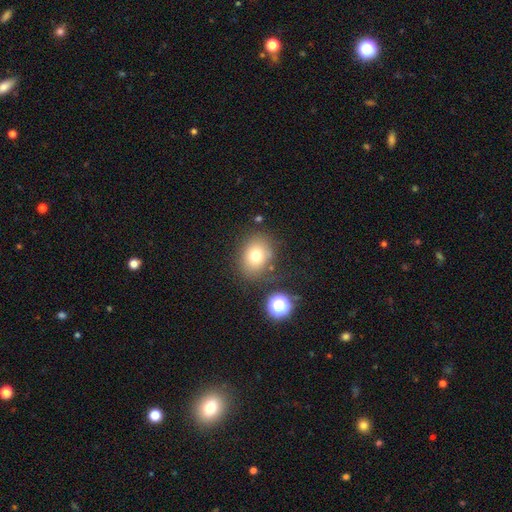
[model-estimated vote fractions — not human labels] Smooth or featured? smooth (75%)
How rounded? in between (52%)
Merging? none (75%)